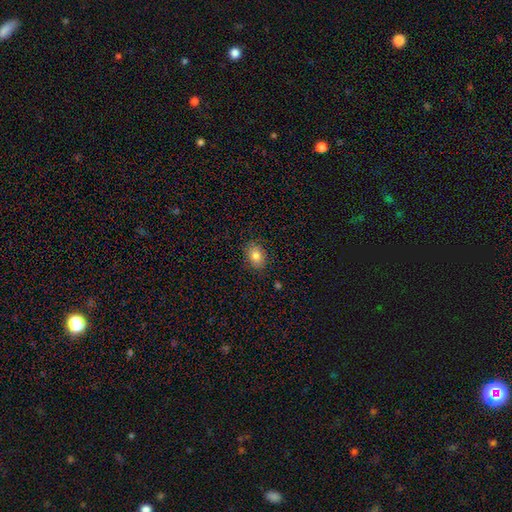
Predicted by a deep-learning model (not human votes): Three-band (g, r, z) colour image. It shows a smooth galaxy with no disk features (81%) that is in between round and cigar-shaped (69%). Merging: none (86%).